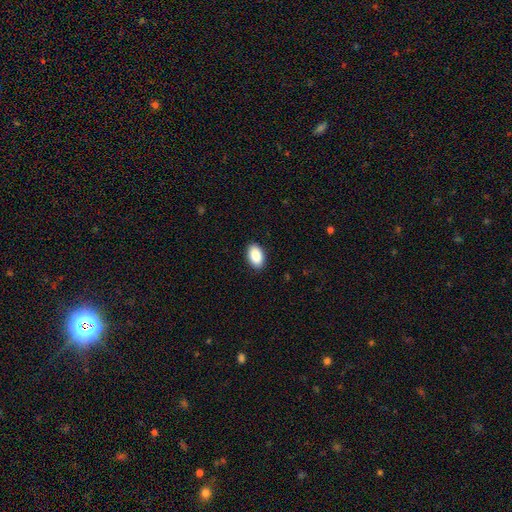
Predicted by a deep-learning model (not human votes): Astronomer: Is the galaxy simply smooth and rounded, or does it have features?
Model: smooth — 89%.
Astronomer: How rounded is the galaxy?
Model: in between — 93%.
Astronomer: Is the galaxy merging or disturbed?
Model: none — 90%.